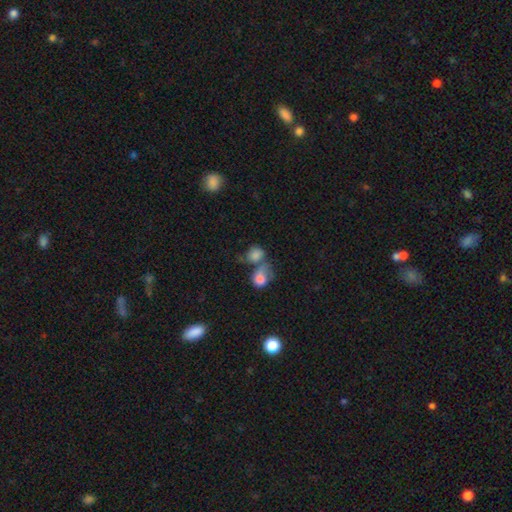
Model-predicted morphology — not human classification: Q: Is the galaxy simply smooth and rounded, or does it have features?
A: smooth — 75%.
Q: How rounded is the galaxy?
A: round — 56%.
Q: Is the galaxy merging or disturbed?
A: merger — 47%.